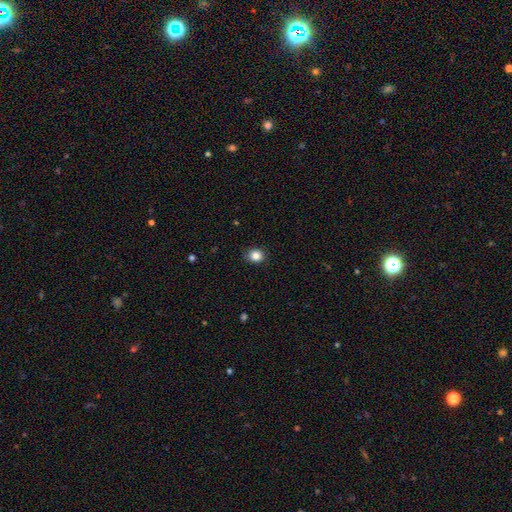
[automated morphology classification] The model was most divided on "how rounded": round: 73%, in between: 26%, cigar-shaped: 1%. More confident: merging — none (89%); smooth or featured — smooth (84%).